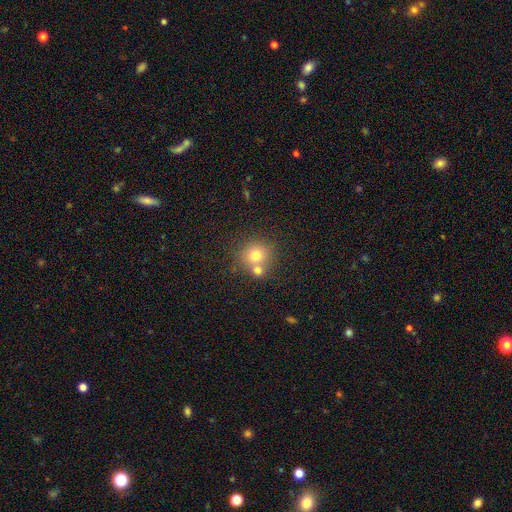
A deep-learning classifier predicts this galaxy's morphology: Q: Smooth or featured?
A: smooth (74%); runner-up: featured or disk (13%)
Q: How rounded?
A: round (87%); runner-up: in between (12%)
Q: Merging?
A: none (50%); runner-up: merger (39%)